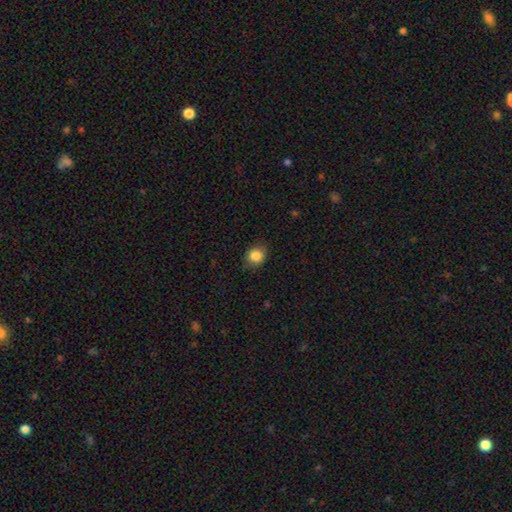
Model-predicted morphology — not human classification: smooth-or-featured: smooth: 86% | star or artifact: 10% | featured or disk: 5%
  how-rounded: round: 72% | in between: 27% | cigar-shaped: 1%
  merging: none: 81% | minor disturbance: 15% | major disturbance: 3% | merger: 1%